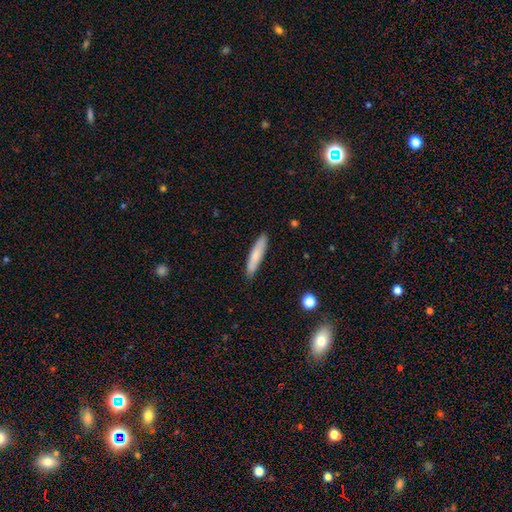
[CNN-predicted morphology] This is likely a smooth galaxy (74%). How rounded: clearly cigar-shaped (84%). Merging: clearly none (88%).